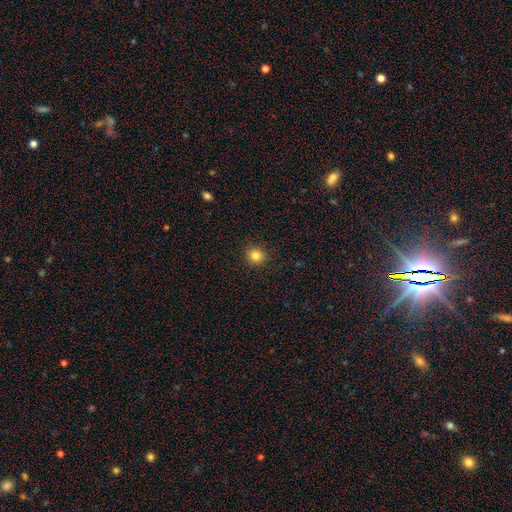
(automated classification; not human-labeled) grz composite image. It shows a smooth galaxy with no disk features (83%) that is round (90%). Merging: none (91%).